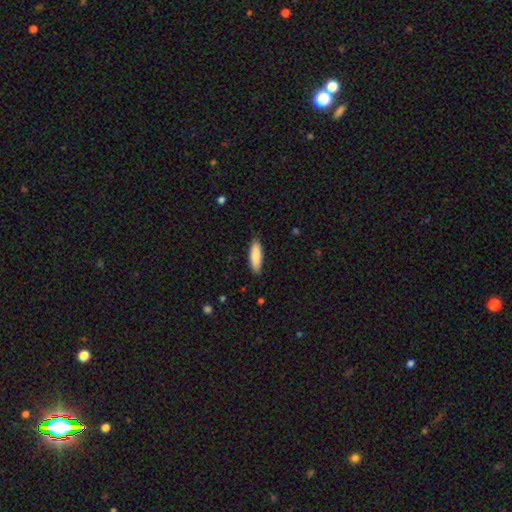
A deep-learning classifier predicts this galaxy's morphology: A smooth galaxy with no disk features (86%) that is in between round and cigar-shaped (50%). Merging: none (87%).